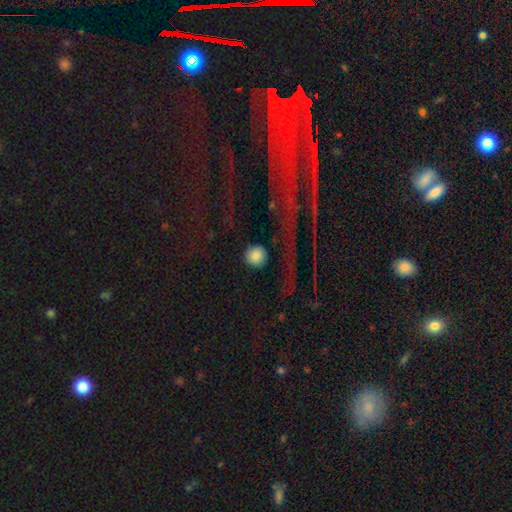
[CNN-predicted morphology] Q: Smooth or featured?
A: smooth (79%); runner-up: star or artifact (12%)
Q: How rounded?
A: round (94%); runner-up: in between (5%)
Q: Merging?
A: none (82%); runner-up: minor disturbance (10%)